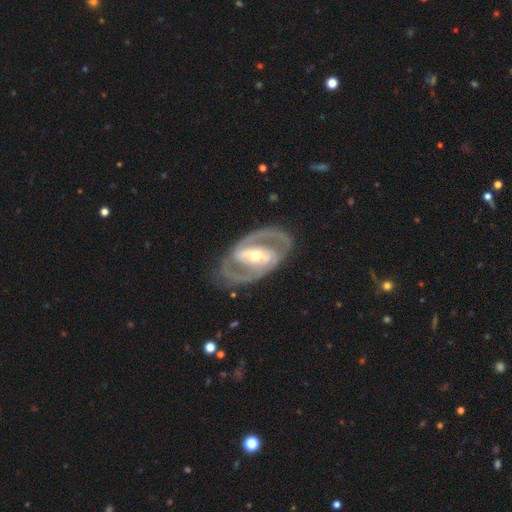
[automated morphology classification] The model was most divided on "spiral winding": medium: 50%, tight: 37%, loose: 13%. More confident: edge-on disk — no (96%); smooth or featured — featured or disk (89%); spiral arm count — 2 (89%); spiral arms — yes (89%); merging — none (80%); bulge size — moderate (57%); bar — strong (56%).